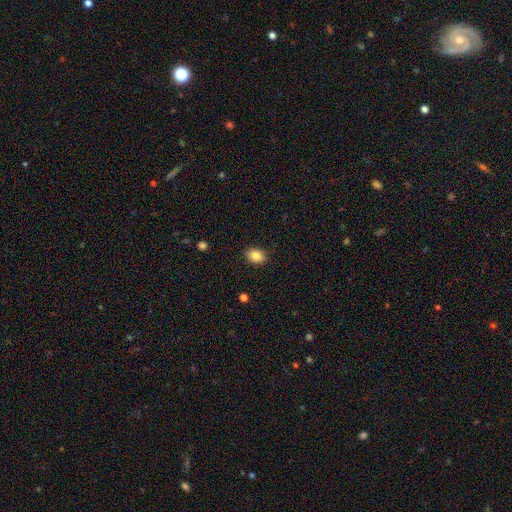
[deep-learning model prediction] This appears to be a smooth galaxy with no disk features (86%) that is in between round and cigar-shaped (65%). Merging: none (87%).